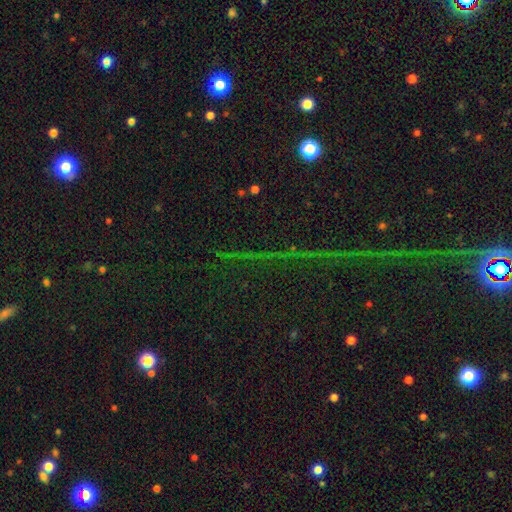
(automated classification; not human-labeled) The model was most divided on "smooth or featured": star or artifact: 83%, featured or disk: 9%, smooth: 8%.